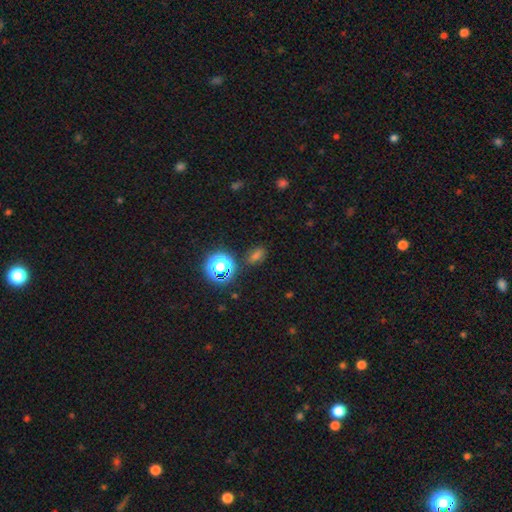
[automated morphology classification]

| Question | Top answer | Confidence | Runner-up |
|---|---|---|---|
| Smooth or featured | smooth | 54% | star or artifact (38%) |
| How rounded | in between | 61% | round (34%) |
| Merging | none | 79% | minor disturbance (12%) |